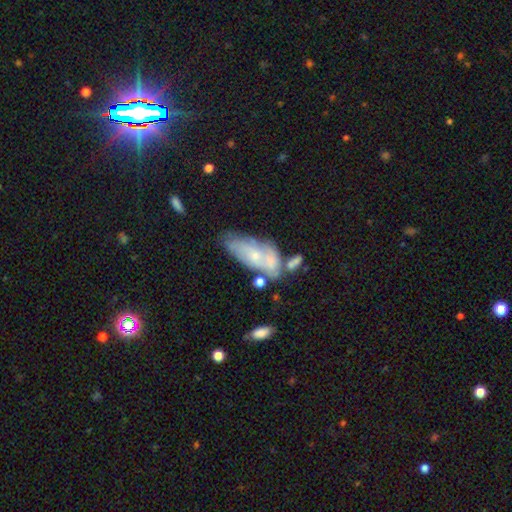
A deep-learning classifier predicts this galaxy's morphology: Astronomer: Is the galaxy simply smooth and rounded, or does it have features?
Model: featured or disk — 50% (runner-up: smooth, 41%).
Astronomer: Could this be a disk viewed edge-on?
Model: no — 86%.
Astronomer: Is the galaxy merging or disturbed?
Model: none — 42% (runner-up: minor disturbance, 25%).